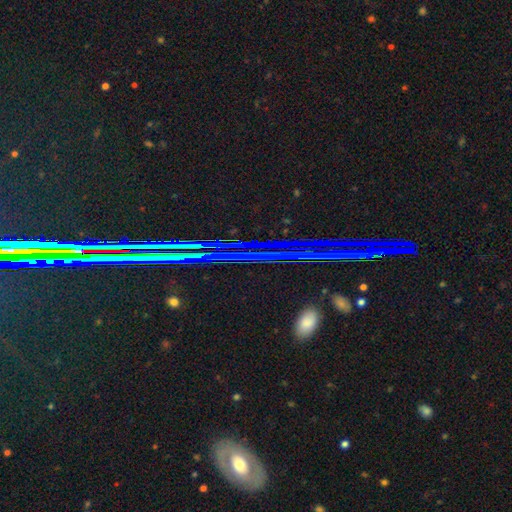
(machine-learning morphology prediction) type=star or artifact (77%).